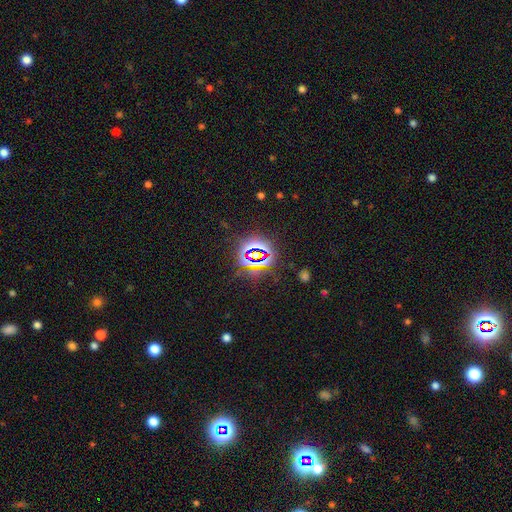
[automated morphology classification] type=star or artifact (79%).